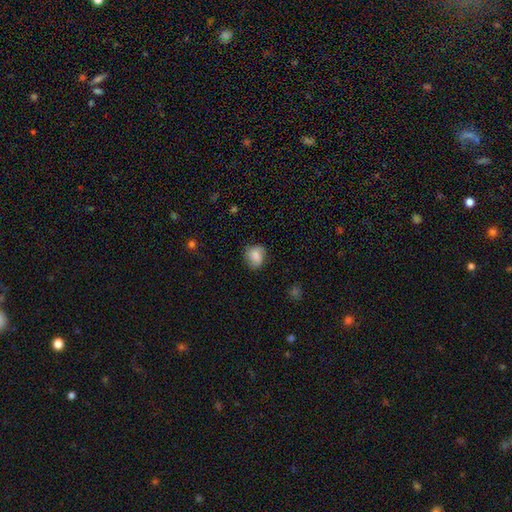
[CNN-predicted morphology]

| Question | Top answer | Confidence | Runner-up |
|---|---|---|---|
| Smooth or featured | smooth | 77% | featured or disk (14%) |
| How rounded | round | 70% | in between (29%) |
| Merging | none | 72% | minor disturbance (22%) |